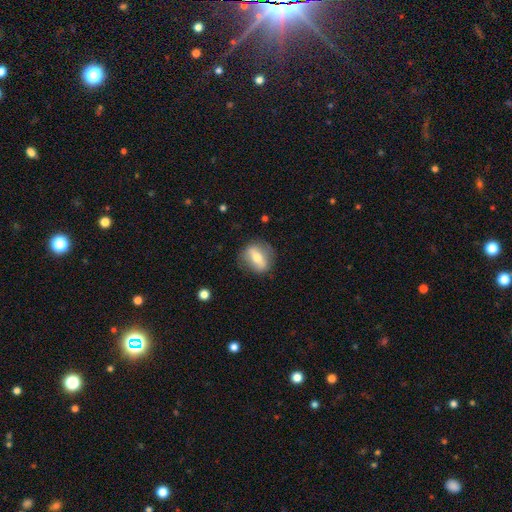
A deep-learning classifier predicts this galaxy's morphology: A featured or disk galaxy (46%, tied with smooth). Merging: none (80%).